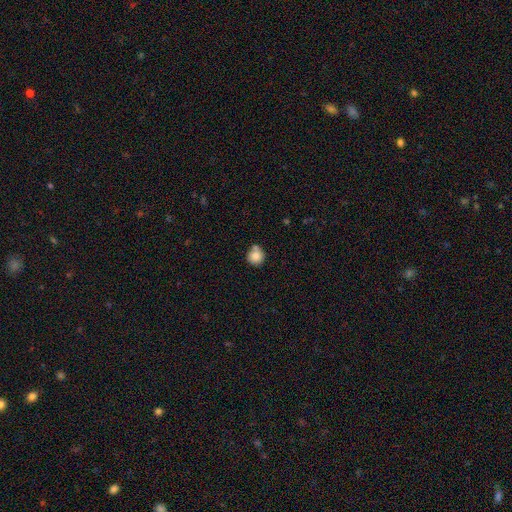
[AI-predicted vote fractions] smooth 82%, star or artifact 9%, featured or disk 8%. Down the decision tree: how rounded — round (91%); merging — none (62%).